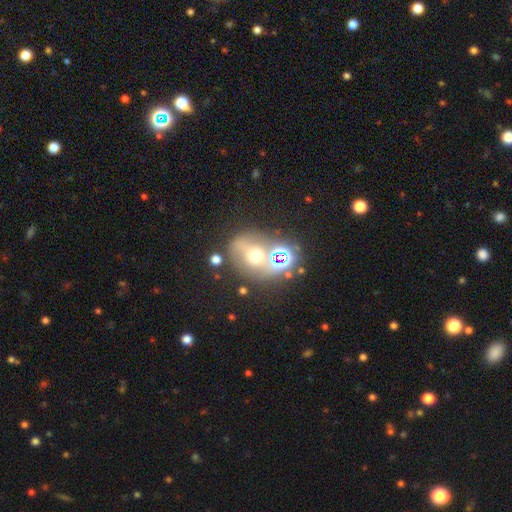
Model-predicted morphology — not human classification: smooth-or-featured: smooth: 42% | featured or disk: 30% | star or artifact: 27%
  merging: none: 57% | merger: 19% | minor disturbance: 15% | major disturbance: 9%